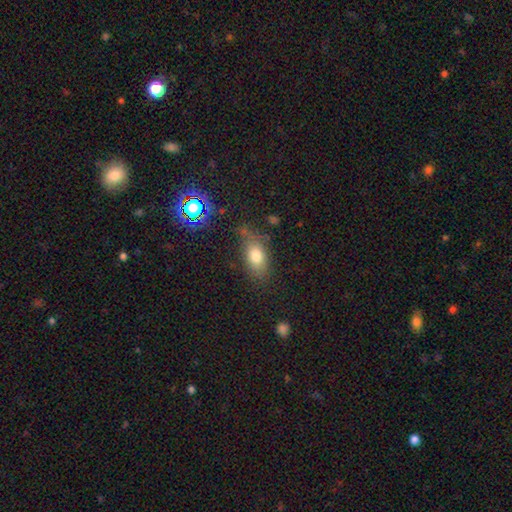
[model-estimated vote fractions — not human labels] Smooth or featured?
  - smooth: 76% *
  - featured or disk: 12%
  - star or artifact: 12%
How rounded?
  - in between: 83% *
  - round: 12%
  - cigar-shaped: 5%
Merging?
  - none: 68% *
  - minor disturbance: 21%
  - major disturbance: 7%
  - merger: 4%